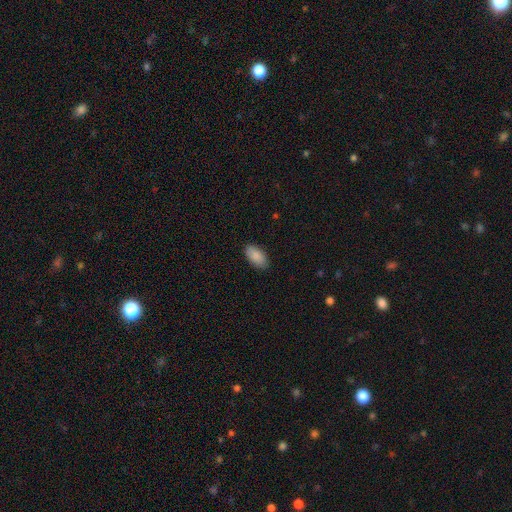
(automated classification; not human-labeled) Smooth or featured? Predicted: smooth (p=0.89). How rounded? Predicted: in between (p=0.94). Merging? Predicted: none (p=0.88).